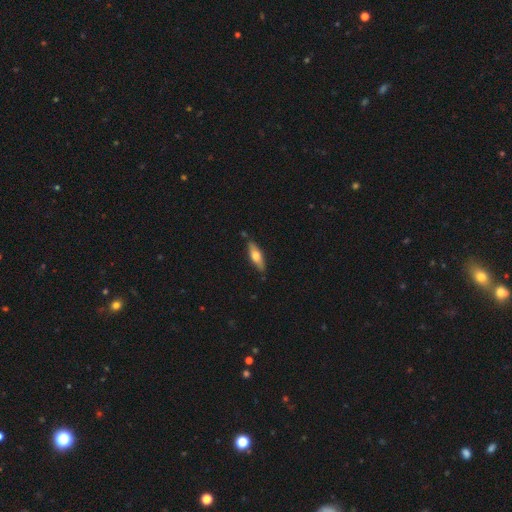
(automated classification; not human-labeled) This is possibly a smooth galaxy (56%). How rounded: possibly cigar-shaped (52%). Merging: clearly none (83%).